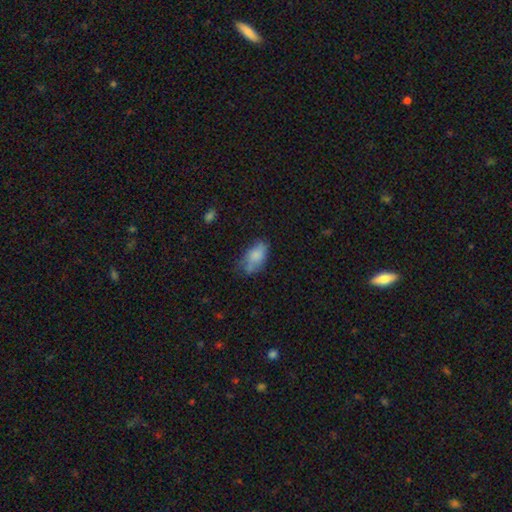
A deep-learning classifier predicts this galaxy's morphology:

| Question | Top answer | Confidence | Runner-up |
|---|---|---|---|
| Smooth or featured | smooth | 76% | featured or disk (16%) |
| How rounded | in between | 92% | round (5%) |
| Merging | none | 47% | minor disturbance (34%) |